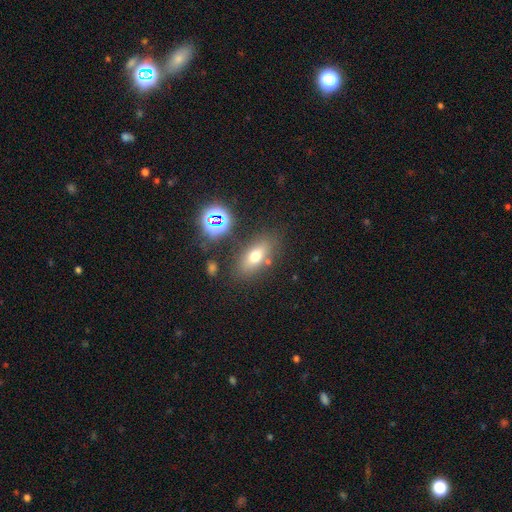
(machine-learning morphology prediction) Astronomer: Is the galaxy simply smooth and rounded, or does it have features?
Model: smooth — 60%.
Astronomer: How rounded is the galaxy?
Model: in between — 71%.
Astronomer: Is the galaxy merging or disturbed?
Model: none — 78%.